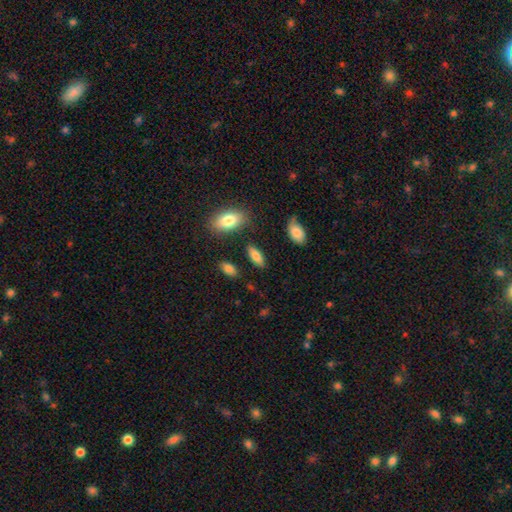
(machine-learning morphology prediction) smooth_or_featured: smooth (p=0.79) [alt: featured or disk p=0.13]
how_rounded: in between (p=0.74) [alt: cigar-shaped p=0.22]
merging: none (p=0.83) [alt: minor disturbance p=0.11]